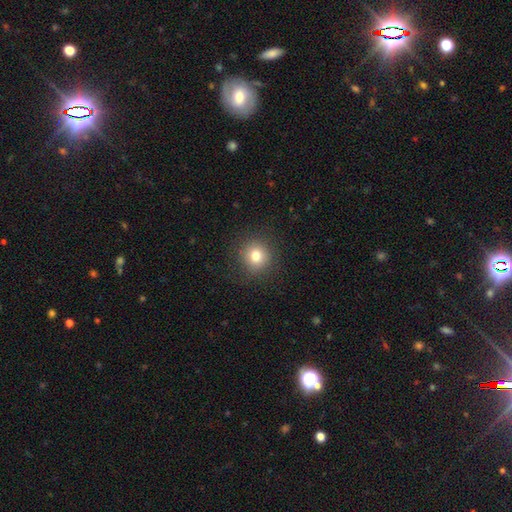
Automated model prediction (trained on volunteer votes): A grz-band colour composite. It shows a smooth galaxy with no disk features (79%) that is round (91%). Merging: none (89%).